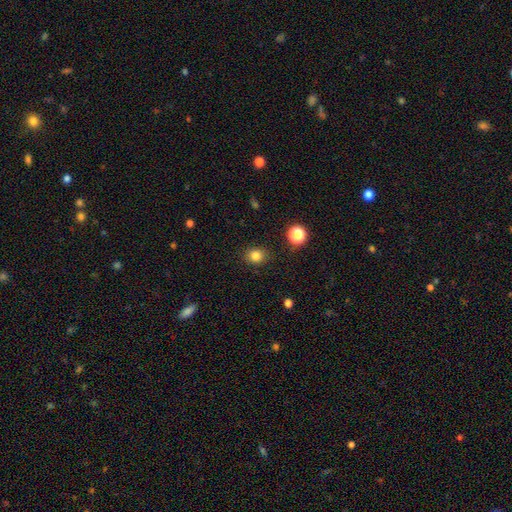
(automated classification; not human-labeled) Overall: smooth (82%). How rounded: round (73%). Merging: none (88%).